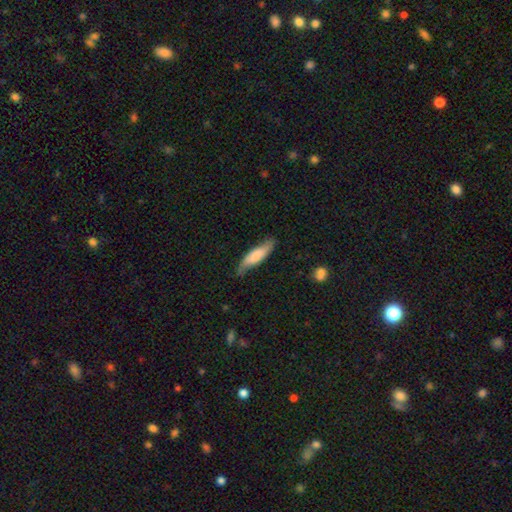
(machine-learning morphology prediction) smooth 68%, featured or disk 26%, star or artifact 5%. Down the decision tree: how rounded — cigar-shaped (65%); merging — none (72%).